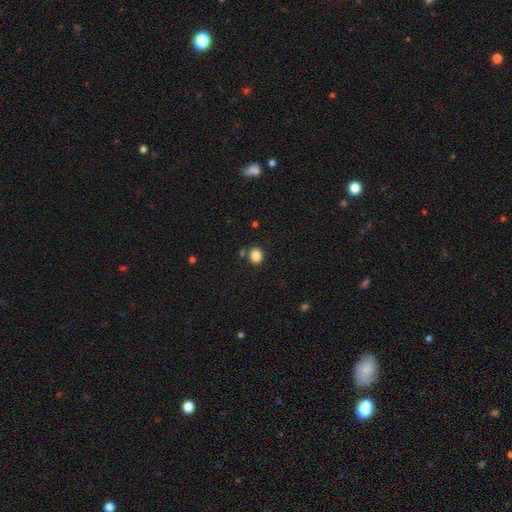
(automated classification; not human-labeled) A smooth galaxy with no disk features (85%) that is round (62%). Merging: none (80%).